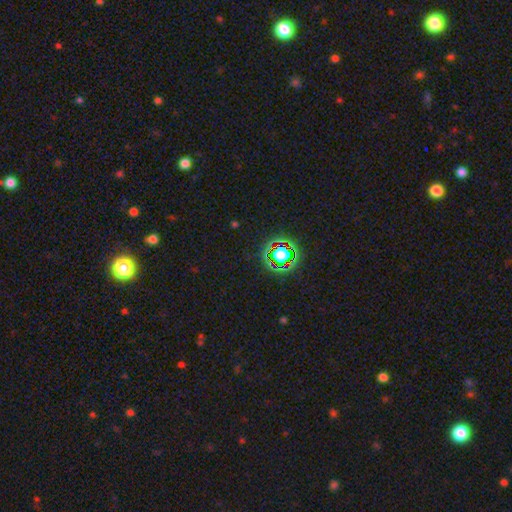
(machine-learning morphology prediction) Smooth or featured: star or artifact — 78% (smooth — 14%)